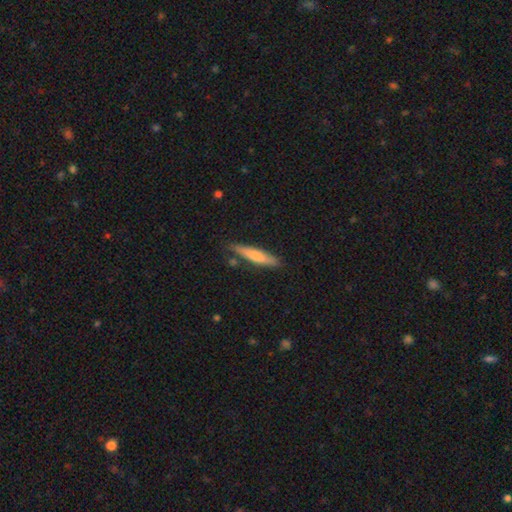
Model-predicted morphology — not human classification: The model was most divided on "smooth or featured": smooth: 70%, featured or disk: 24%, star or artifact: 6%. More confident: how rounded — cigar-shaped (88%); merging — none (80%).